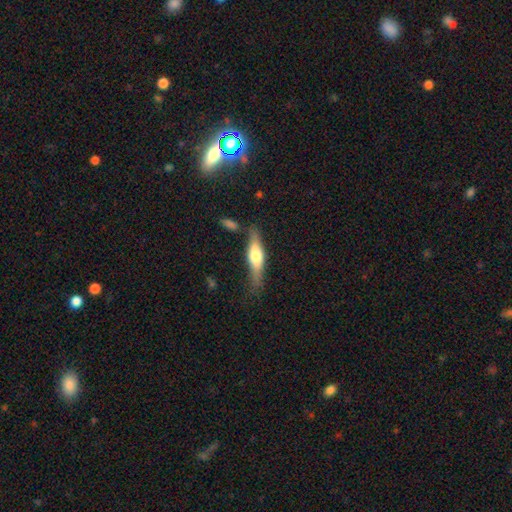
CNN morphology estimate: smooth-or-featured: featured or disk: 54% | smooth: 40% | star or artifact: 6%
  disk-edge-on: yes: 92% | no: 8%
  merging: none: 74% | minor disturbance: 16% | merger: 6% | major disturbance: 4%